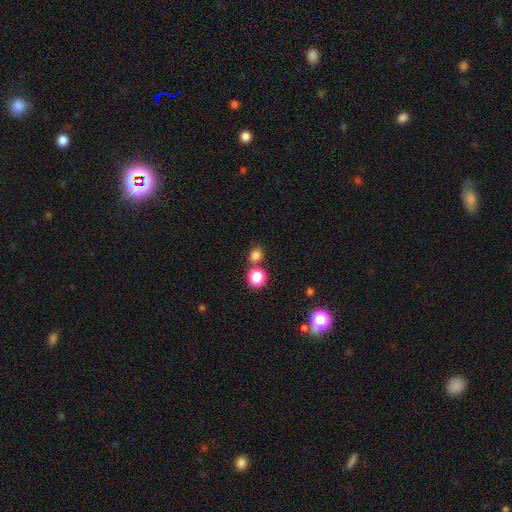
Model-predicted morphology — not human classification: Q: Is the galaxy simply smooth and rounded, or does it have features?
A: smooth — 78%.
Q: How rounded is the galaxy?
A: round — 70%.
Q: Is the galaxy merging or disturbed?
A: none — 70%.